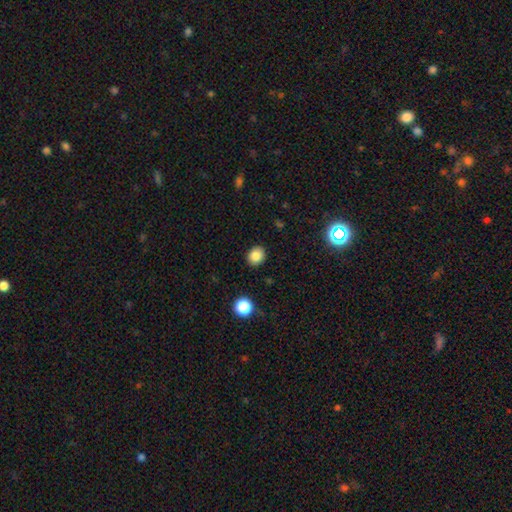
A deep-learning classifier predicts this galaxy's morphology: type=smooth (84%); roundness=round (69%); merging=none (90%).